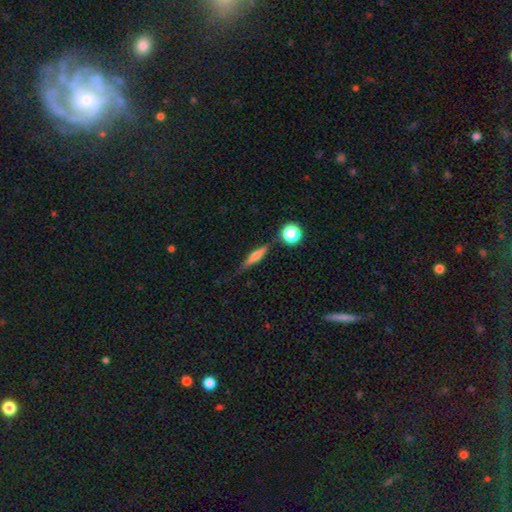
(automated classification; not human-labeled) Smooth or featured? featured or disk (48%)
Merging? none (76%)